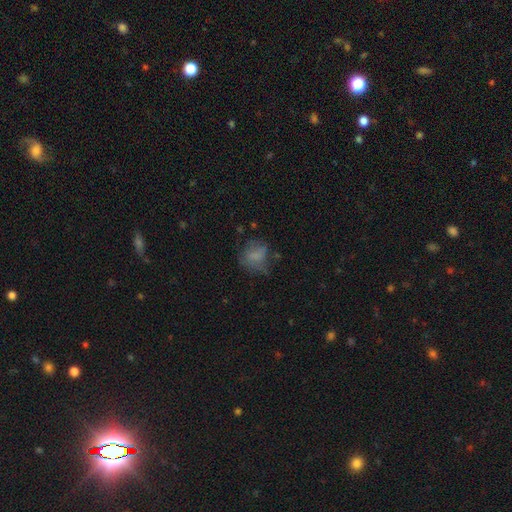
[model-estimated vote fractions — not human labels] Q: Smooth or featured?
A: smooth (66%); runner-up: featured or disk (21%)
Q: How rounded?
A: round (61%); runner-up: in between (38%)
Q: Merging?
A: none (46%); runner-up: minor disturbance (28%)